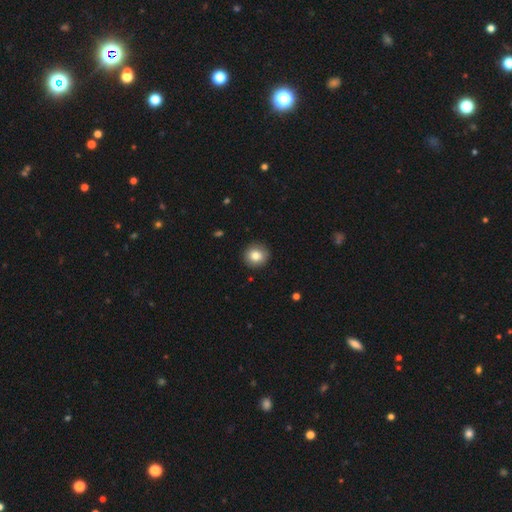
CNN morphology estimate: Smooth or featured? smooth (82%)
How rounded? round (92%)
Merging? none (91%)